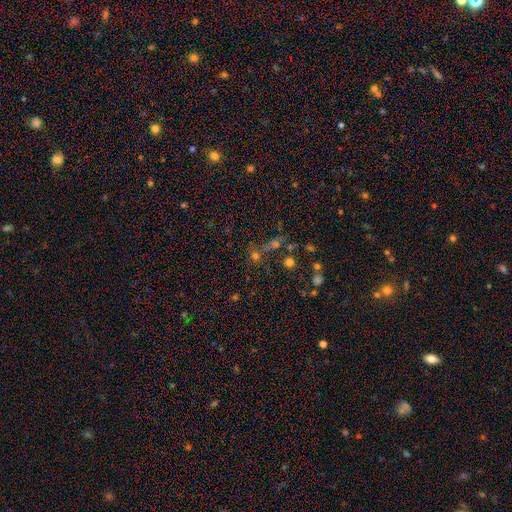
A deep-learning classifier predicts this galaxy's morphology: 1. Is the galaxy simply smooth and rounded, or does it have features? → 45% star or artifact, 44% smooth, 11% featured or disk.